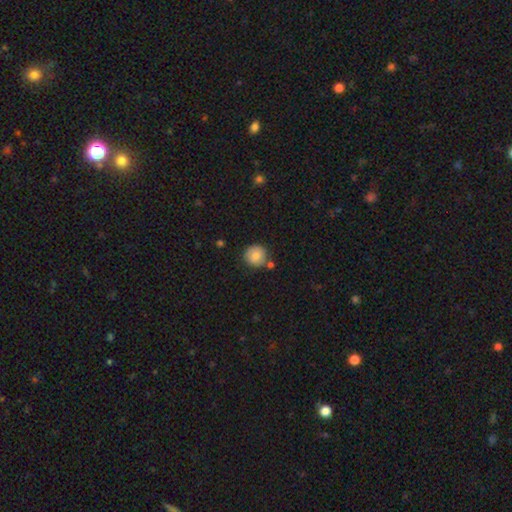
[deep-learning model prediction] Smooth or featured? smooth (80%)
How rounded? round (91%)
Merging? none (75%)